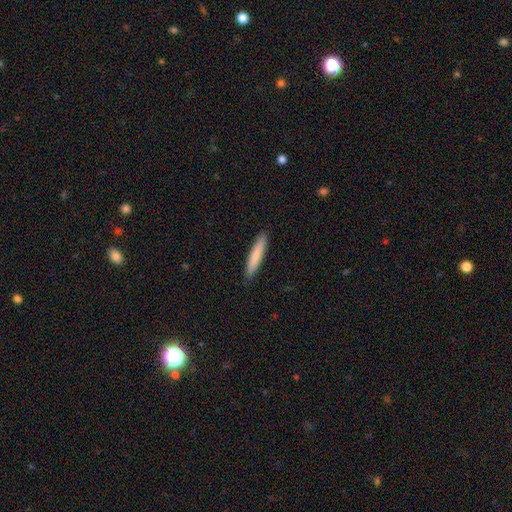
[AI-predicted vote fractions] Q: Smooth or featured?
A: smooth (78%); runner-up: featured or disk (17%)
Q: How rounded?
A: cigar-shaped (92%); runner-up: in between (7%)
Q: Merging?
A: none (90%); runner-up: minor disturbance (7%)